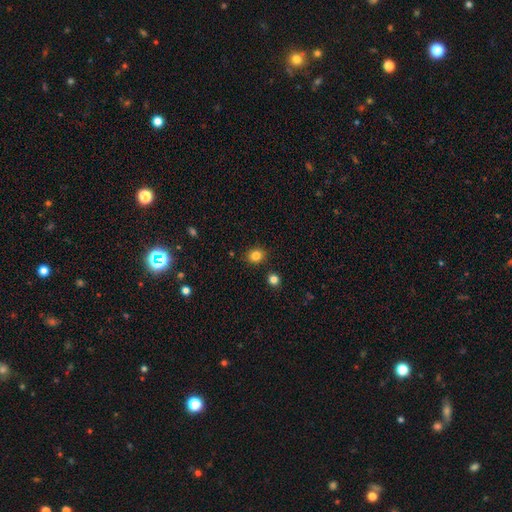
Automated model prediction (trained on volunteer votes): Smooth or featured? smooth (83%)
How rounded? round (72%)
Merging? none (86%)